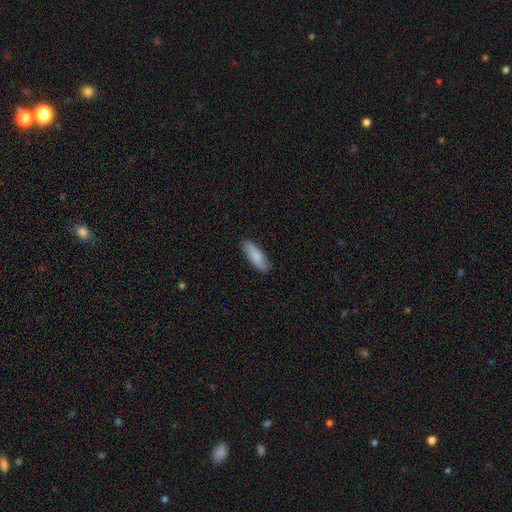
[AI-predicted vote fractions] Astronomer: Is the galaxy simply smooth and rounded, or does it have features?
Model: smooth — 80%.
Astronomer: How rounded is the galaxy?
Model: in between — 53% (runner-up: cigar-shaped, 45%).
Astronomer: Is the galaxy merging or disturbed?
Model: none — 86%.